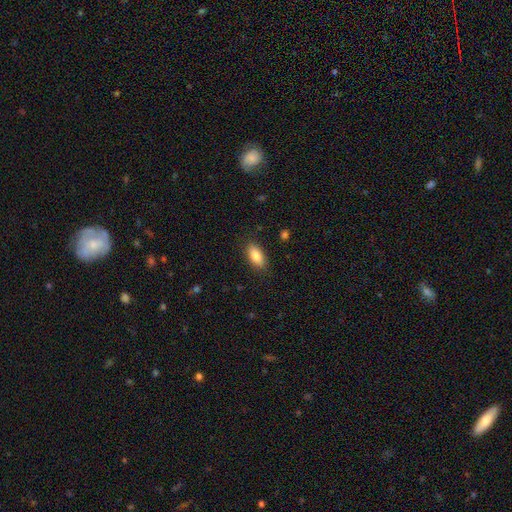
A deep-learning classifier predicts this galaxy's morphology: Overall: smooth (85%). How rounded: in between (88%). Merging: none (86%).